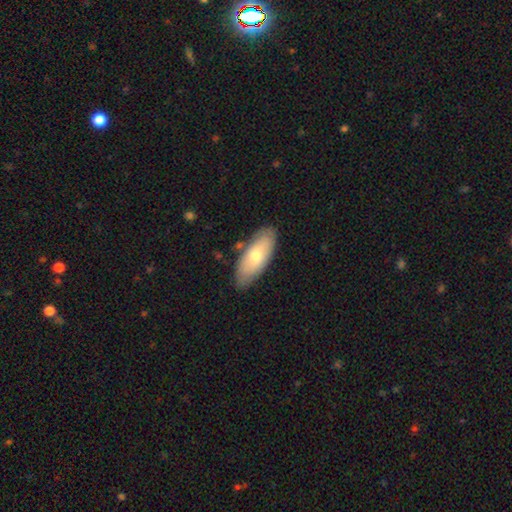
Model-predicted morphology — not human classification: smooth_or_featured: smooth (p=0.65) [alt: featured or disk p=0.29]
how_rounded: in between (p=0.82) [alt: cigar-shaped p=0.16]
merging: none (p=0.81) [alt: minor disturbance p=0.14]